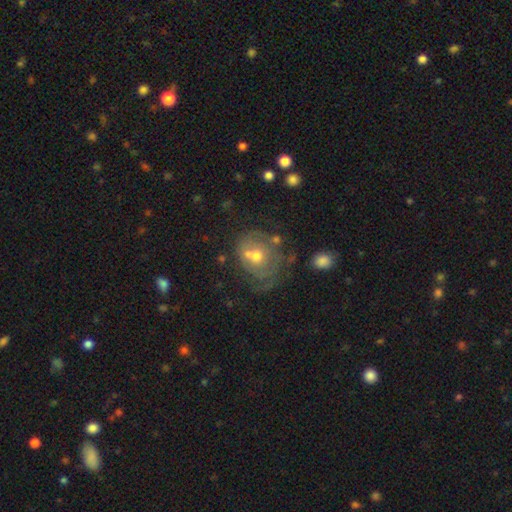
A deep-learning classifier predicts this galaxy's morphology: Smooth or featured? featured or disk (53%)
Edge-on disk? no (96%)
Bar? no (75%)
Spiral arms? yes (58%)
Bulge size? moderate (64%)
Merging? none (44%)